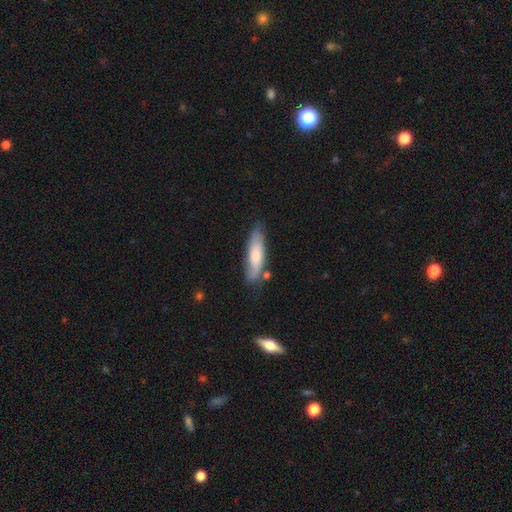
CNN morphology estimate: Smooth or featured: smooth — 59% (featured or disk — 35%)
How rounded: cigar-shaped — 61% (in between — 37%)
Merging: none — 67% (minor disturbance — 22%)